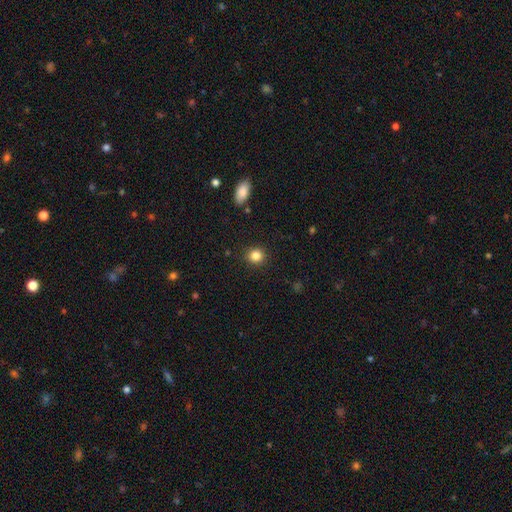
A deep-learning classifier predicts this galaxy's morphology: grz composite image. It shows a smooth galaxy with no disk features (84%) that is round (89%). Merging: none (91%).